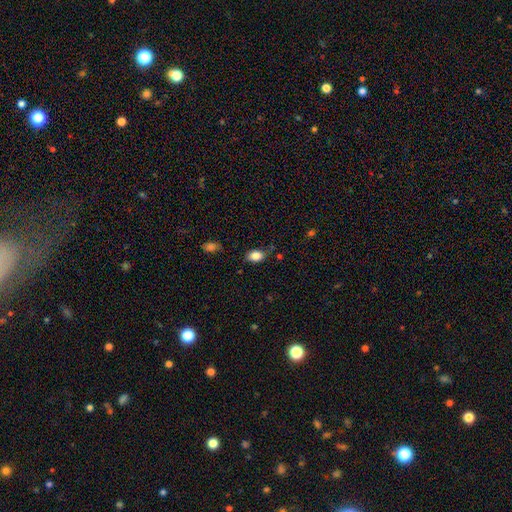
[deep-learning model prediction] Smooth or featured?
  - smooth: 85% *
  - star or artifact: 9%
  - featured or disk: 6%
How rounded?
  - in between: 83% *
  - round: 15%
  - cigar-shaped: 2%
Merging?
  - none: 73% *
  - minor disturbance: 20%
  - major disturbance: 4%
  - merger: 3%